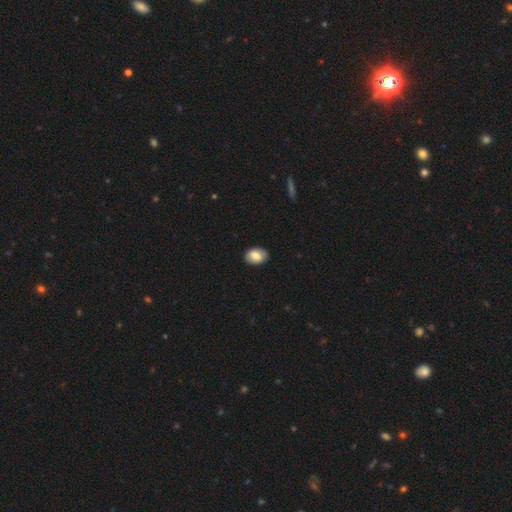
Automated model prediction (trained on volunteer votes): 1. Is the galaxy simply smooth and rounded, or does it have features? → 84% smooth, 9% featured or disk, 7% star or artifact.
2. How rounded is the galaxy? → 81% in between, 18% round, 1% cigar-shaped.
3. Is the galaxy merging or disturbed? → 88% none, 9% minor disturbance, 2% major disturbance, 1% merger.